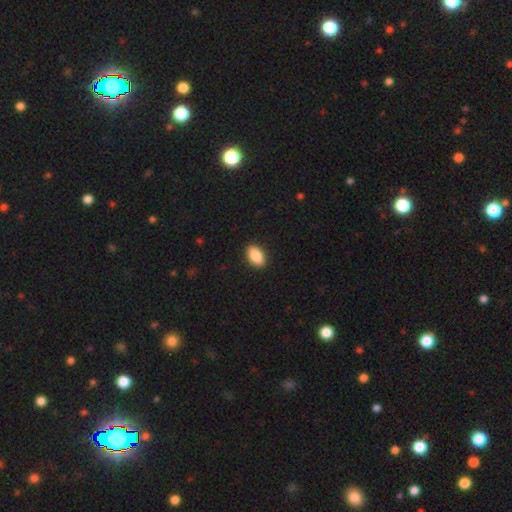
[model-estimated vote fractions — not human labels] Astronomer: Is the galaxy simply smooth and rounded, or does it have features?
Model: smooth — 88%.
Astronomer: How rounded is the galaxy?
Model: in between — 92%.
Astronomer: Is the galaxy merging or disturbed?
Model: none — 91%.